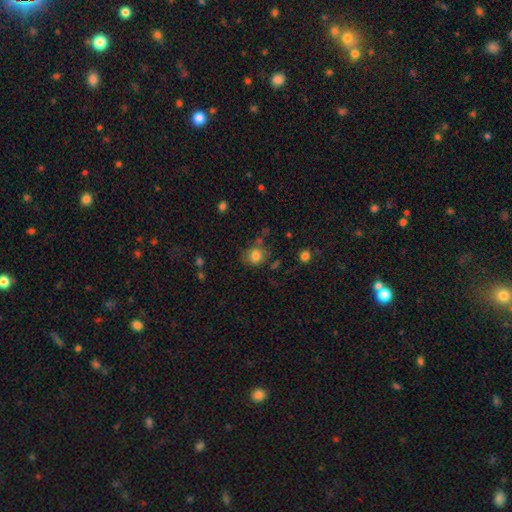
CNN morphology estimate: smooth 79%, star or artifact 12%, featured or disk 9%. Down the decision tree: how rounded — round (70%); merging — none (64%).